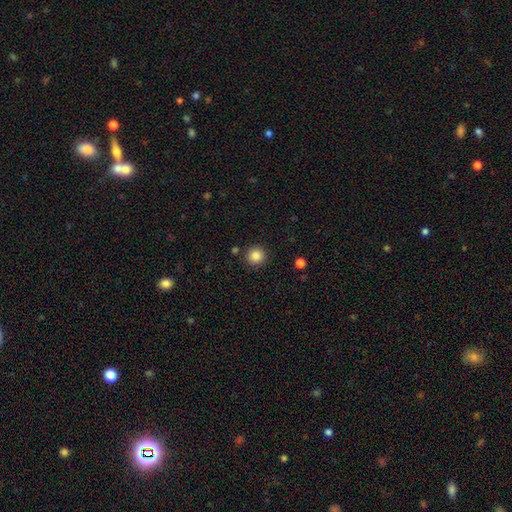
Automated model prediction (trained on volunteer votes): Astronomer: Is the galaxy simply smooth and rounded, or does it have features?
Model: smooth — 87%.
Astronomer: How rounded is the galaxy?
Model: round — 95%.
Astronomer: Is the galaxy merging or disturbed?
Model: none — 89%.